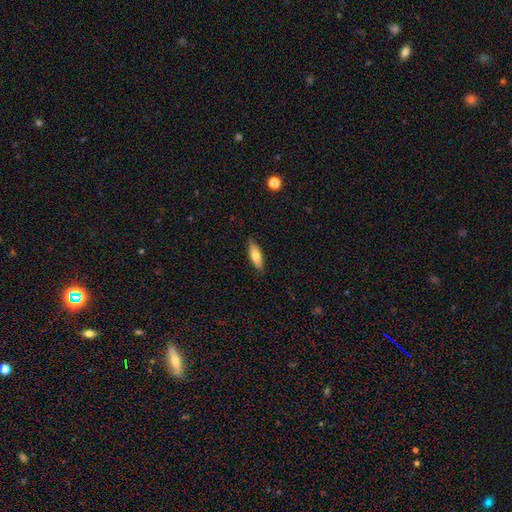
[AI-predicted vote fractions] smooth_or_featured: smooth (p=0.70) [alt: featured or disk p=0.24]
how_rounded: in between (p=0.55) [alt: cigar-shaped p=0.43]
merging: none (p=0.85) [alt: minor disturbance p=0.12]